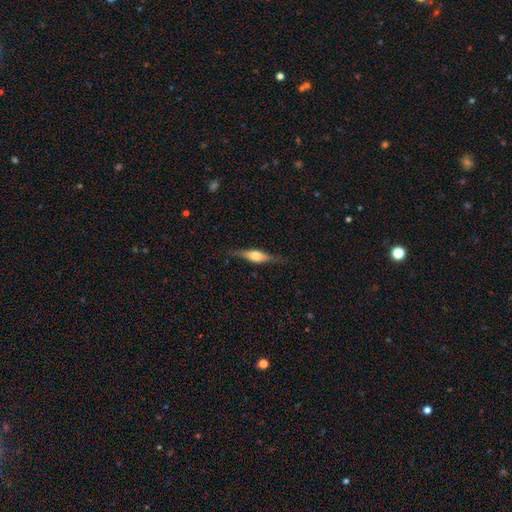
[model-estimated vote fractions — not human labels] A featured or disk galaxy (53%) viewed edge-on (92%). Merging: none (79%).